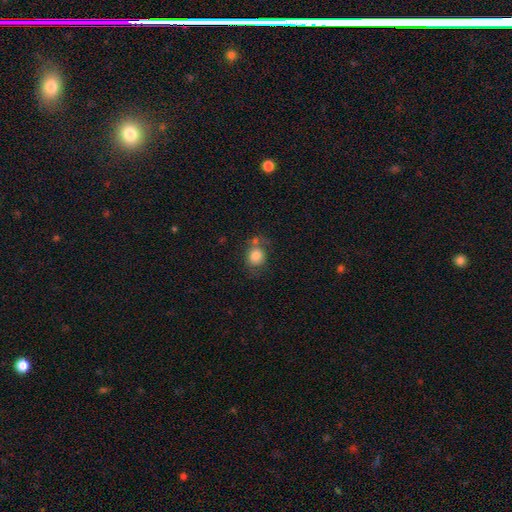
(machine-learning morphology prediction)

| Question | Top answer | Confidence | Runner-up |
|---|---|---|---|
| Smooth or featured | smooth | 81% | featured or disk (10%) |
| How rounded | round | 69% | in between (30%) |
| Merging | none | 55% | minor disturbance (20%) |